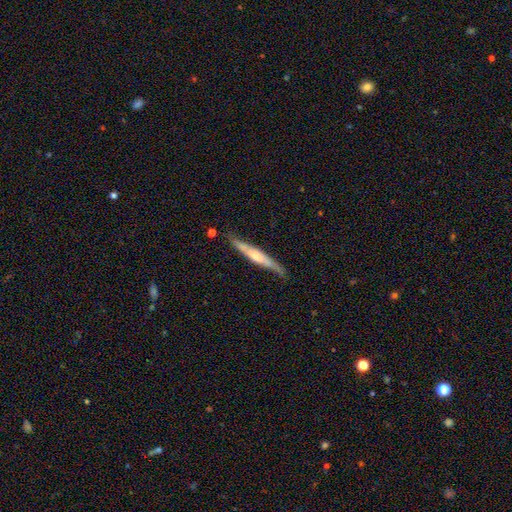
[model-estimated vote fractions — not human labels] Smooth or featured: featured or disk — 58% (smooth — 37%)
Edge-on disk: yes — 90% (no — 10%)
Edge-on bulge: rounded — 53% (none — 31%)
Merging: none — 79% (minor disturbance — 16%)